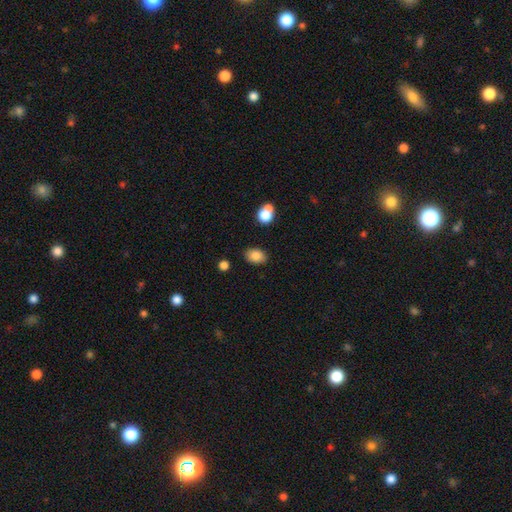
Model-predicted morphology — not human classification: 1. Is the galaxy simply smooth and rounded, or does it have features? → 85% smooth, 10% star or artifact, 6% featured or disk.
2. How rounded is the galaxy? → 75% in between, 24% round, 1% cigar-shaped.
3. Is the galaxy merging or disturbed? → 84% none, 11% minor disturbance, 3% merger, 3% major disturbance.